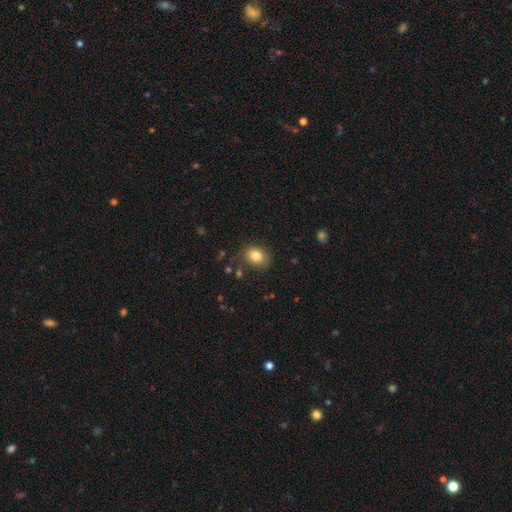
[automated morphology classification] This appears to be a smooth galaxy with no disk features (82%) that is in between round and cigar-shaped (62%). Merging: none (79%).